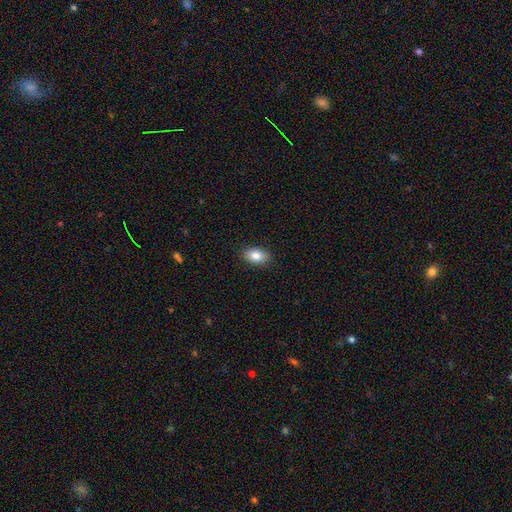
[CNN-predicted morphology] Overall: smooth (84%). How rounded: in between (90%). Merging: none (89%).